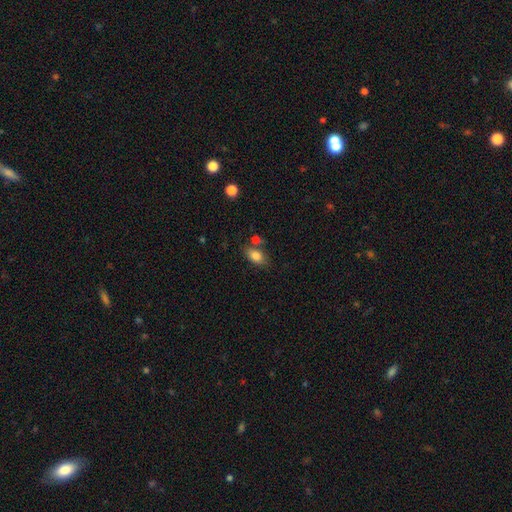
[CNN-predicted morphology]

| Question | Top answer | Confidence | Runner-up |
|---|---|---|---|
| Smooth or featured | smooth | 82% | featured or disk (9%) |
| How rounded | in between | 86% | round (11%) |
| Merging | none | 68% | minor disturbance (15%) |